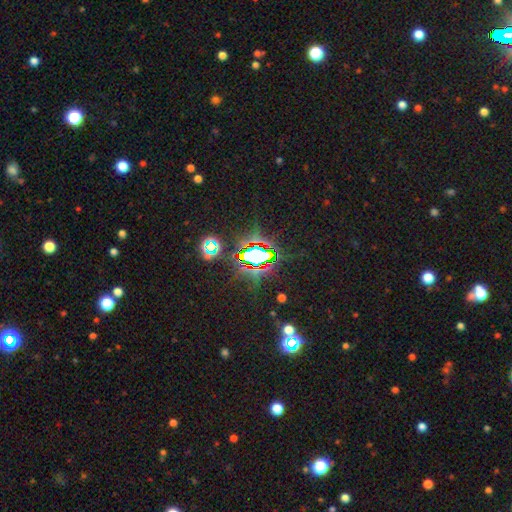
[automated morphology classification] type=star or artifact (76%).